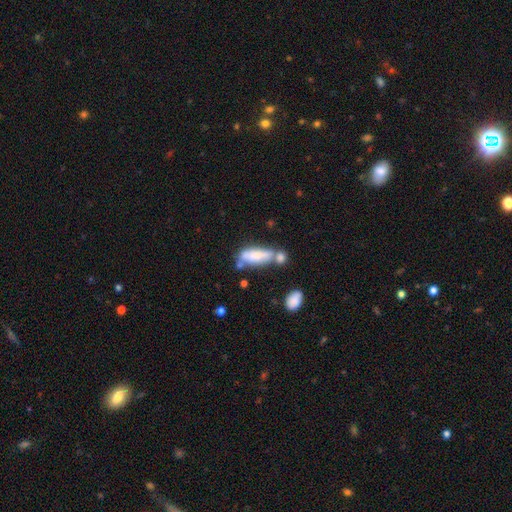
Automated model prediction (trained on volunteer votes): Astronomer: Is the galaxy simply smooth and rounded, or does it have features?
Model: smooth — 61%.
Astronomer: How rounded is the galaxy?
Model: in between — 62%.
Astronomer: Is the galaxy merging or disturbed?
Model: merger — 40% (runner-up: none, 32%).